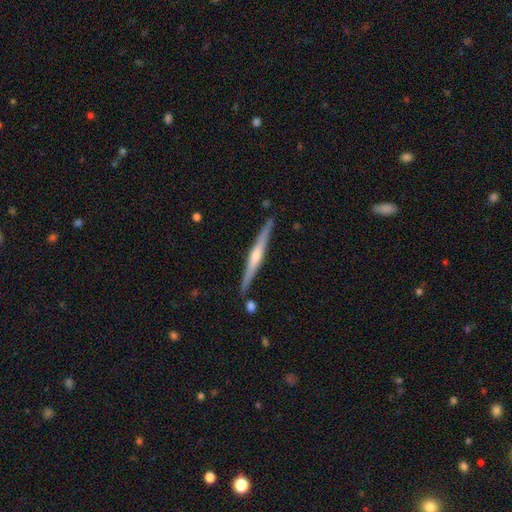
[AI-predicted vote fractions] This appears to be a featured or disk galaxy (78%) viewed edge-on (98%) with a rounded central bulge (80%). Merging: none (88%).